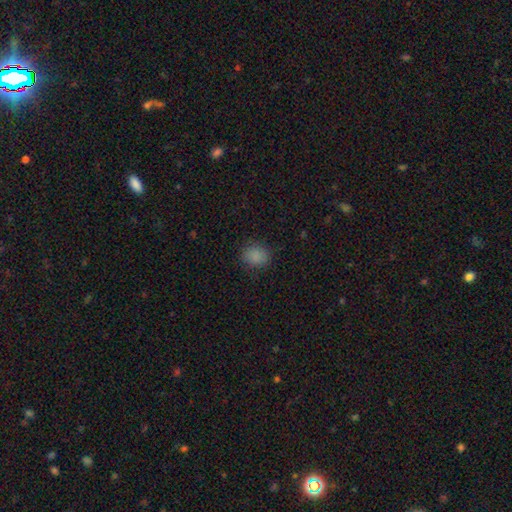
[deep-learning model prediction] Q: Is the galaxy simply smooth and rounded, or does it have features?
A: smooth — 85%.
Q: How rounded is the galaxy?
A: round — 72%.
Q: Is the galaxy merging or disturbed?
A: none — 86%.